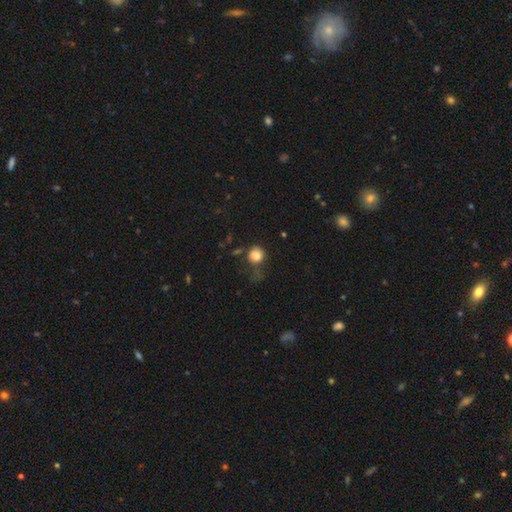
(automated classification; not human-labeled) Q: Smooth or featured?
A: smooth (81%); runner-up: star or artifact (11%)
Q: How rounded?
A: round (85%); runner-up: in between (14%)
Q: Merging?
A: none (54%); runner-up: minor disturbance (23%)